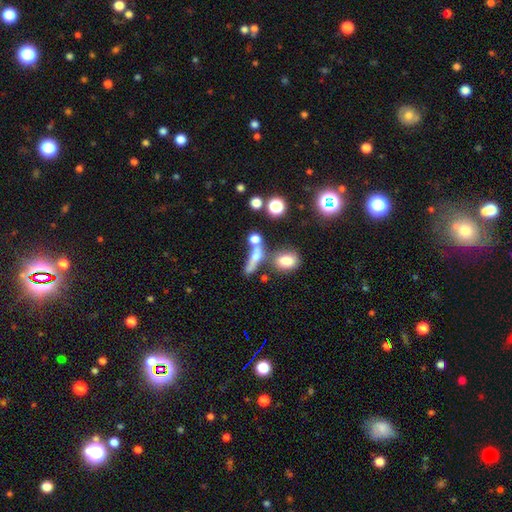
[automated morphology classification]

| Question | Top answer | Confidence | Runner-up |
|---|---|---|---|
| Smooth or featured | smooth | 57% | featured or disk (28%) |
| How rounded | cigar-shaped | 44% | in between (35%) |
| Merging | merger | 38% | none (36%) |